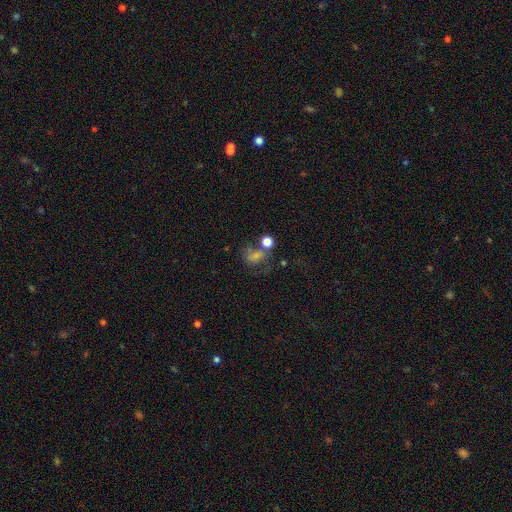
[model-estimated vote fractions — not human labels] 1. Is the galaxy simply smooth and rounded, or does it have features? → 60% smooth, 21% featured or disk, 18% star or artifact.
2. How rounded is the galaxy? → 50% in between, 48% round, 1% cigar-shaped.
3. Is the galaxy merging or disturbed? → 34% none, 26% merger, 22% major disturbance, 18% minor disturbance.